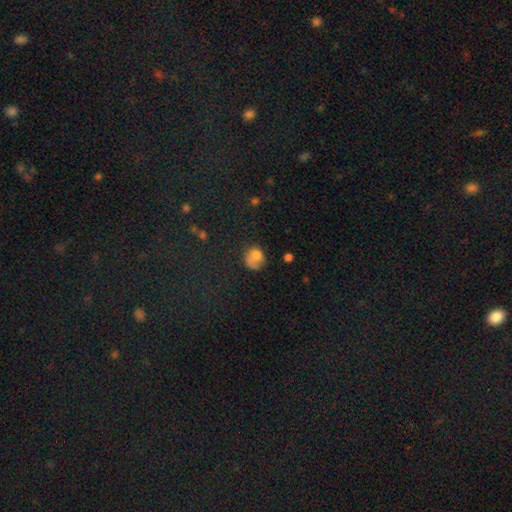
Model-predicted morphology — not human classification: Q: Smooth or featured?
A: smooth (70%); runner-up: featured or disk (18%)
Q: How rounded?
A: round (64%); runner-up: in between (35%)
Q: Merging?
A: none (41%); runner-up: minor disturbance (26%)